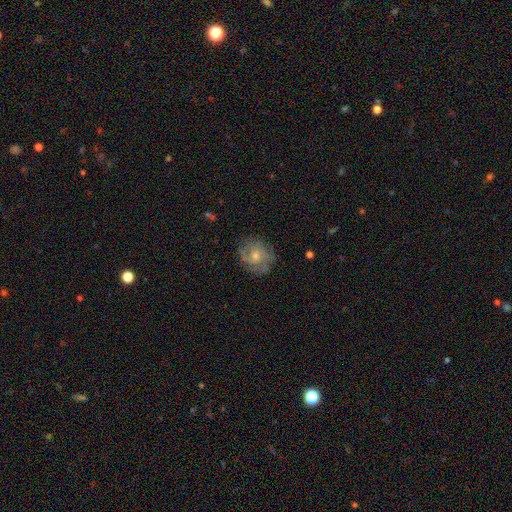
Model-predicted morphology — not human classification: Overall: featured or disk (63%; smooth 27%). Edge-on disk: no (97%). Bar: no (76%). Spiral arms: yes (84%). Spiral arm count: can't tell (37%; 2 29%). Spiral winding: tight (54%; medium 35%). Bulge size: moderate (56%; small 38%). Merging: none (77%).